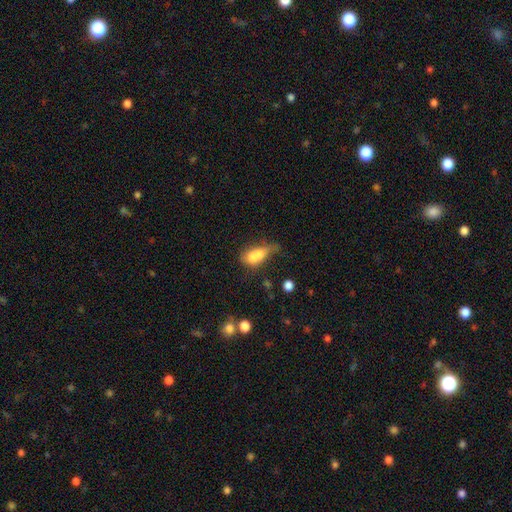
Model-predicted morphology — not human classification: smooth_or_featured: smooth (p=0.68) [alt: featured or disk p=0.22]
how_rounded: in between (p=0.72) [alt: round p=0.17]
merging: merger (p=0.46) [alt: major disturbance p=0.19]